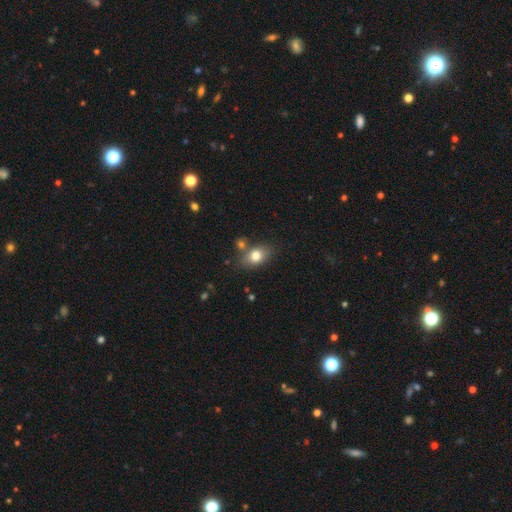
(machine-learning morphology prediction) This appears to be a smooth galaxy with no disk features (79%) that is in between round and cigar-shaped (75%). Merging: none (68%).